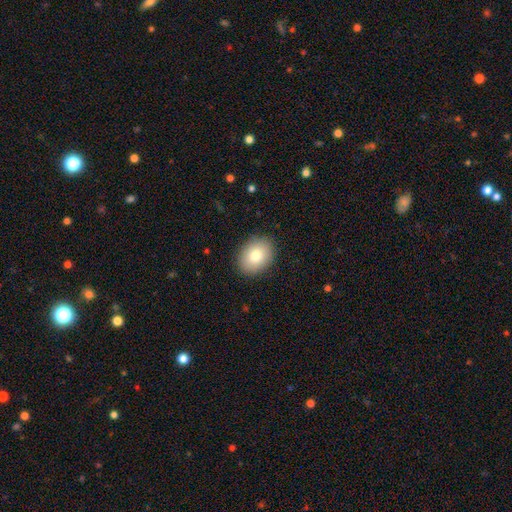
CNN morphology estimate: Overall: smooth (81%). How rounded: in between (65%; round 34%). Merging: none (89%).